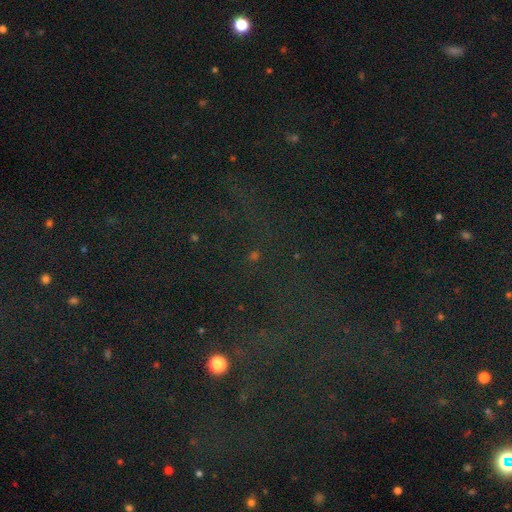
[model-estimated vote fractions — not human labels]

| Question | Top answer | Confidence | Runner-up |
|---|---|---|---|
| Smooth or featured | star or artifact | 75% | smooth (15%) |